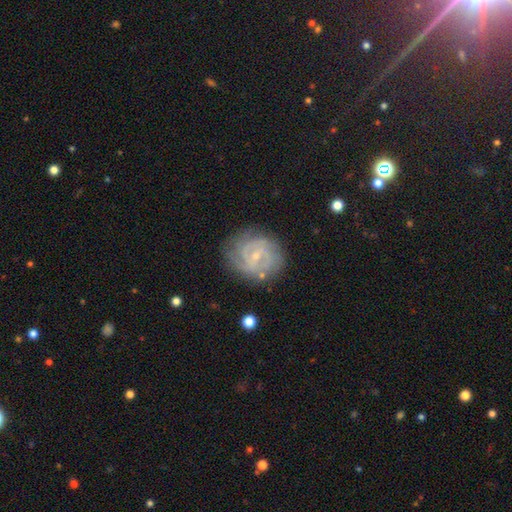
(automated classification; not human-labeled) smooth-or-featured: featured or disk: 83% | smooth: 11% | star or artifact: 6%
  disk-edge-on: no: 98% | yes: 2%
    bar: weak: 48% | no: 41% | strong: 11%
    has-spiral-arms: yes: 95% | no: 5%
      spiral-winding: tight: 60% | medium: 33% | loose: 7%
      spiral-arm-count: 2: 41% | can't tell: 23% | 3: 20% | 4: 7% | 1: 5% | more than 4: 4%
    bulge-size: small: 77% | moderate: 18% | none: 3% | large: 1% | dominant: 1%
  merging: none: 77% | minor disturbance: 16% | major disturbance: 5% | merger: 2%